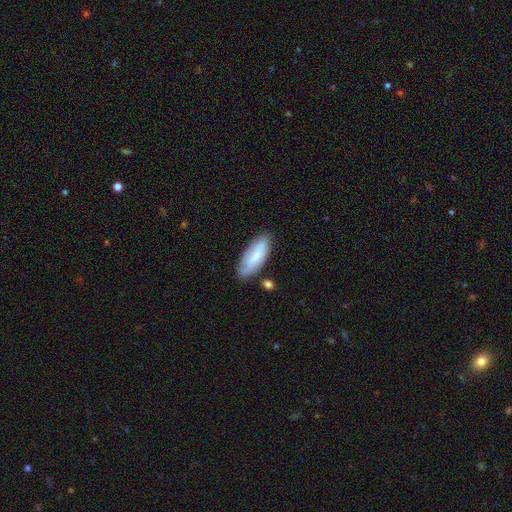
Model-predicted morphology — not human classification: Smooth or featured? Predicted: smooth (p=0.75). How rounded? Predicted: in between (p=0.76). Merging? Predicted: none (p=0.74).